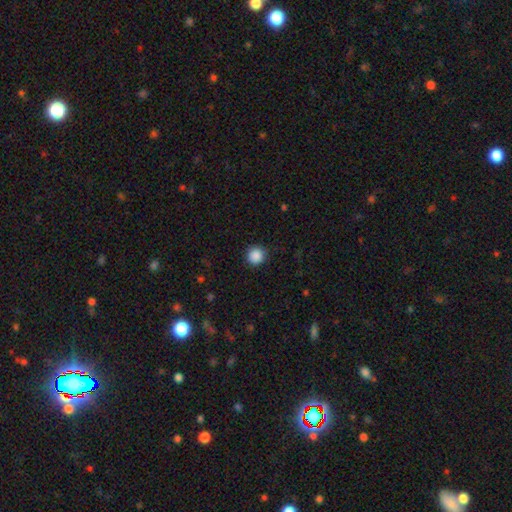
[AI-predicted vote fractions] smooth-or-featured: smooth: 88% | star or artifact: 9% | featured or disk: 2%
  how-rounded: round: 95% | in between: 4% | cigar-shaped: 1%
  merging: none: 90% | minor disturbance: 7% | major disturbance: 2% | merger: 1%